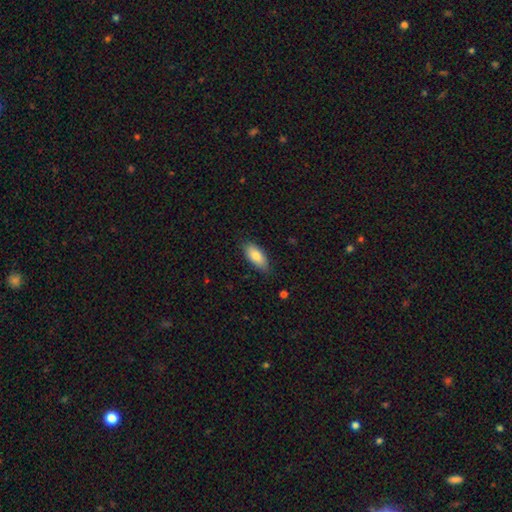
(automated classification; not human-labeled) This appears to be a smooth galaxy with no disk features (83%) that is in between round and cigar-shaped (86%). Merging: none (81%).